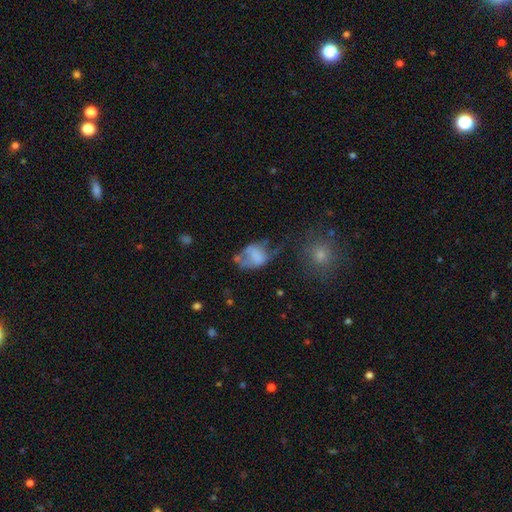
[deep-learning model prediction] Overall: smooth (55%; featured or disk 33%). How rounded: in between (74%). Merging: major disturbance (40%; minor disturbance 25%).